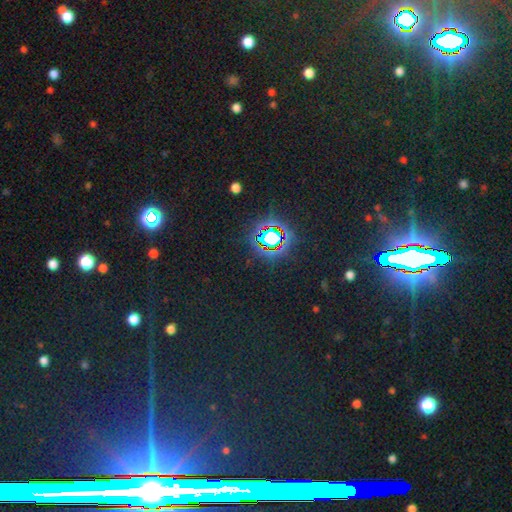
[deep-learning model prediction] A star or artifact, not a galaxy (78%).